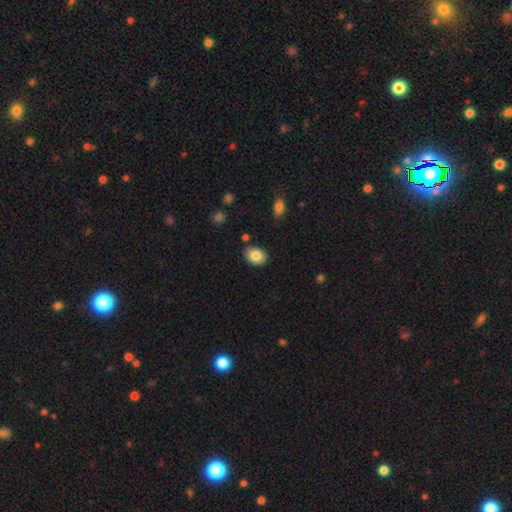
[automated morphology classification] This is clearly a smooth galaxy (85%). How rounded: likely in between (66%). Merging: clearly none (84%).